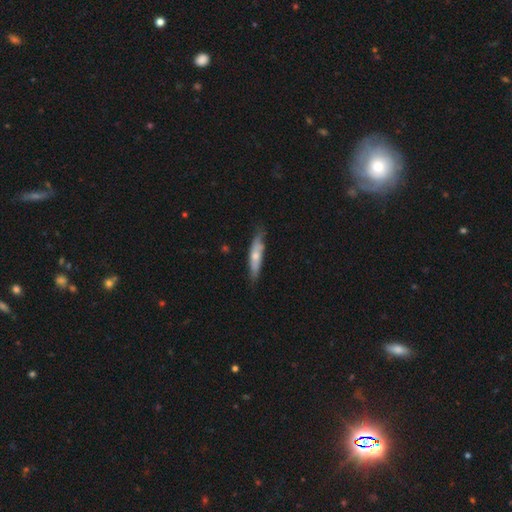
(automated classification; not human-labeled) Q: Smooth or featured?
A: smooth (54%); runner-up: featured or disk (40%)
Q: How rounded?
A: cigar-shaped (78%); runner-up: in between (20%)
Q: Merging?
A: none (70%); runner-up: minor disturbance (23%)